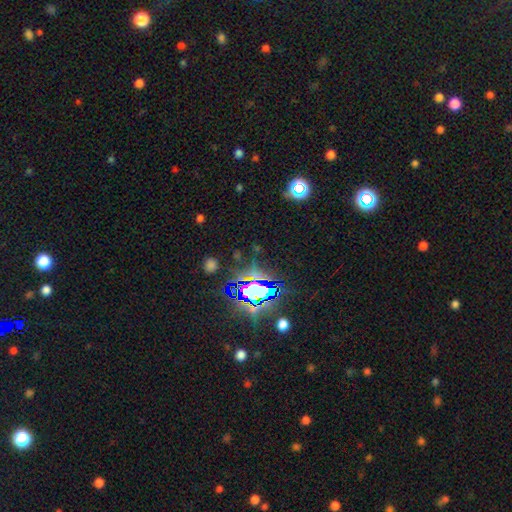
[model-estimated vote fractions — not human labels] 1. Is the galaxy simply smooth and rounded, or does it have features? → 80% star or artifact, 11% smooth, 9% featured or disk.